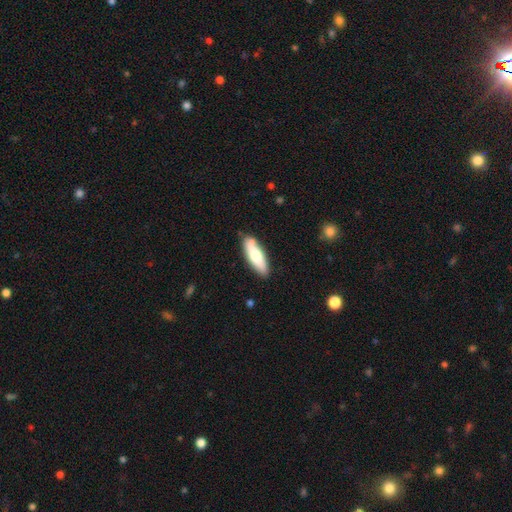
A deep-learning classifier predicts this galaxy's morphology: Overall: smooth (71%). How rounded: in between (51%; cigar-shaped 47%). Merging: none (81%).